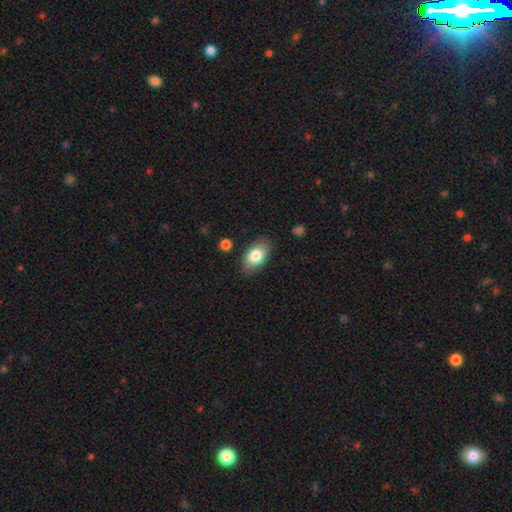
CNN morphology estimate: This appears to be a smooth galaxy with no disk features (81%) that is in between round and cigar-shaped (91%). Merging: none (84%).